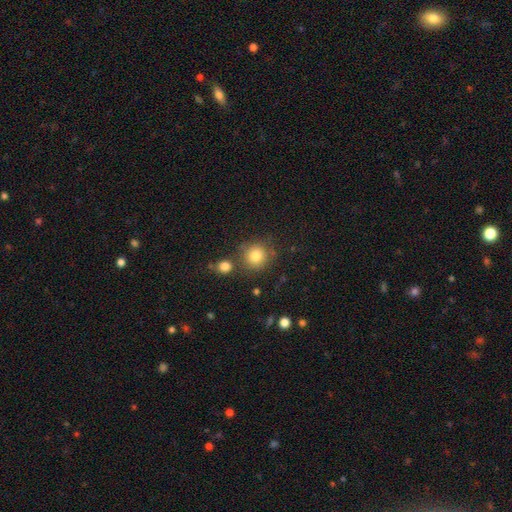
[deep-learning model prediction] smooth_or_featured: smooth (p=0.82) [alt: star or artifact p=0.11]
how_rounded: round (p=0.91) [alt: in between p=0.08]
merging: none (p=0.76) [alt: merger p=0.10]